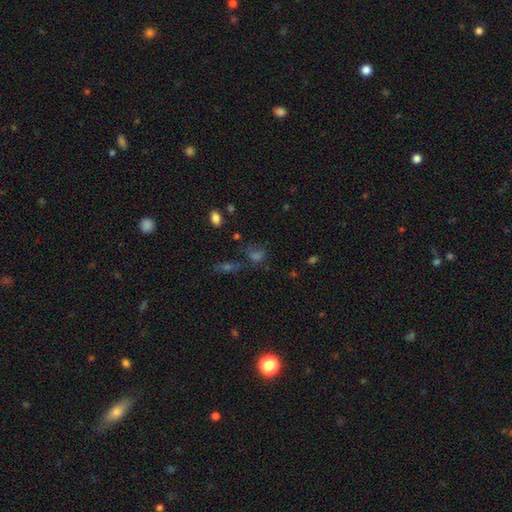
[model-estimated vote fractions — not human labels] Morphology: type=smooth (44%); merging=none (56%).